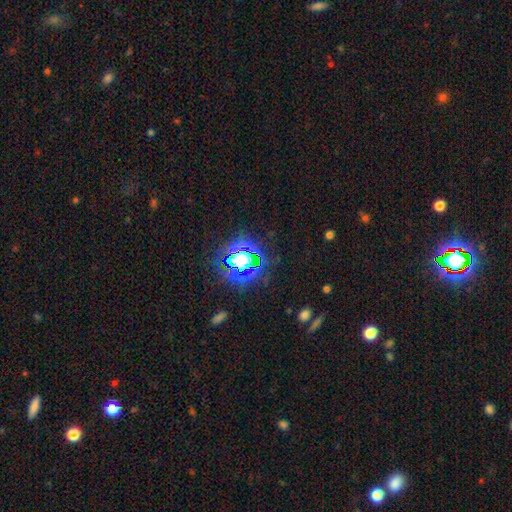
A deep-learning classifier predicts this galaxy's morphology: type=star or artifact (81%).